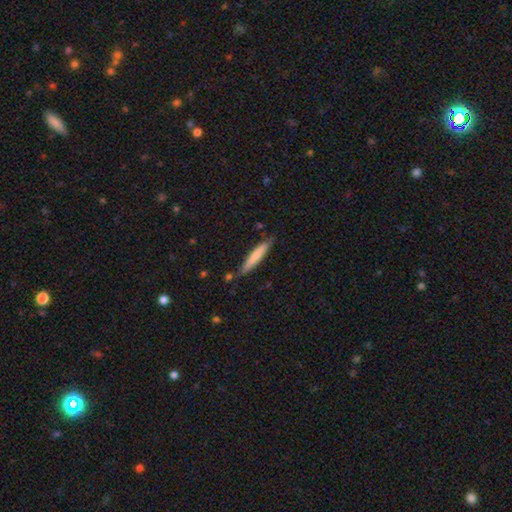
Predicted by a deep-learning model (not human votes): Smooth or featured: smooth — 72% (featured or disk — 22%)
How rounded: cigar-shaped — 90% (in between — 9%)
Merging: none — 75% (minor disturbance — 19%)